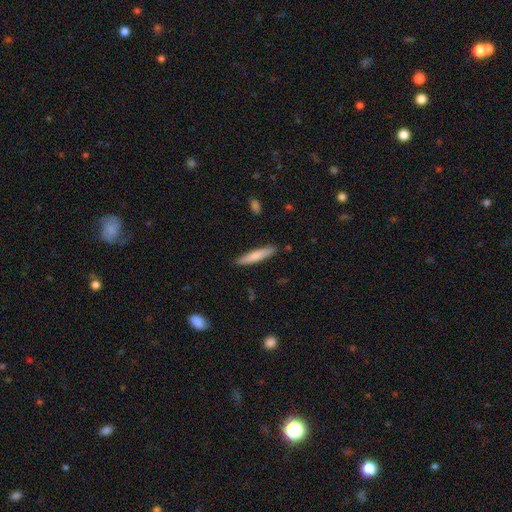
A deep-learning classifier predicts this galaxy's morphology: Overall: smooth (77%). How rounded: cigar-shaped (88%). Merging: none (88%).